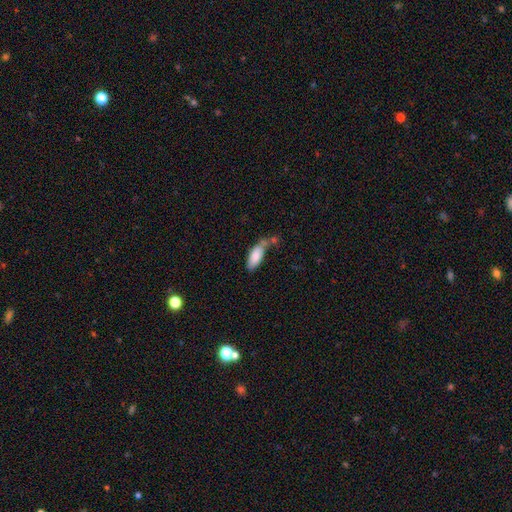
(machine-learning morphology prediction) Smooth or featured: smooth — 82% (featured or disk — 11%)
How rounded: in between — 83% (cigar-shaped — 15%)
Merging: none — 39% (merger — 25%)